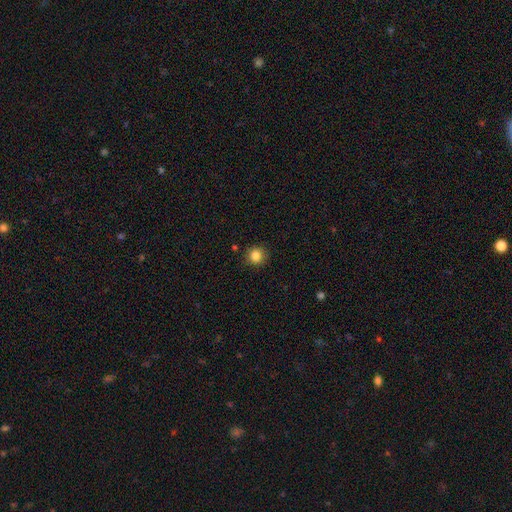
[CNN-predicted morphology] Smooth or featured: smooth — 85% (star or artifact — 11%)
How rounded: round — 92% (in between — 7%)
Merging: none — 89% (minor disturbance — 8%)